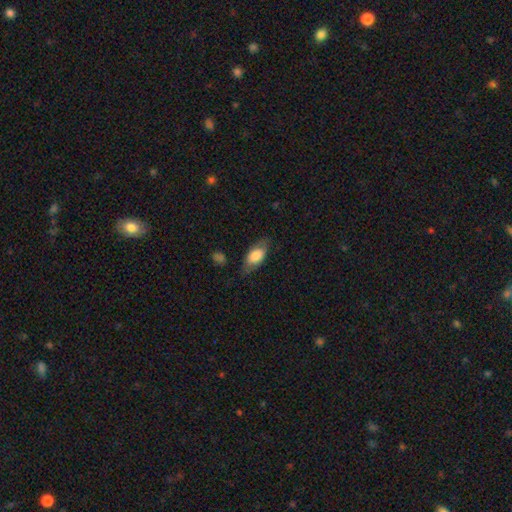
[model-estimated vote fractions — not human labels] smooth 71%, featured or disk 23%, star or artifact 6%. Down the decision tree: how rounded — in between (86%); merging — none (74%).